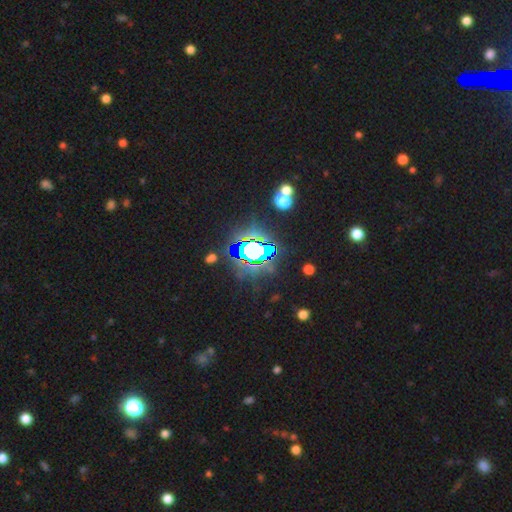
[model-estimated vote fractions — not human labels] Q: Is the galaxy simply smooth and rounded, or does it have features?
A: star or artifact — 67%.